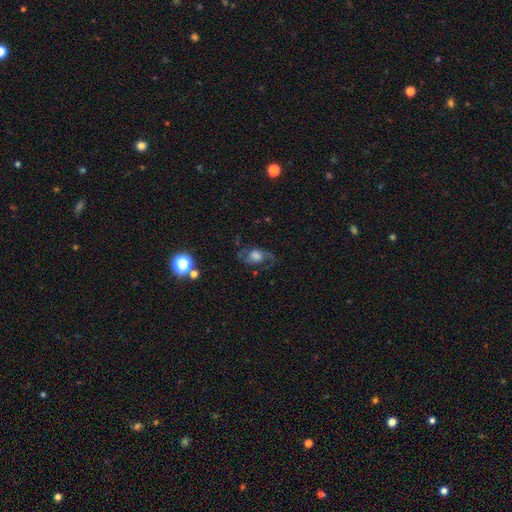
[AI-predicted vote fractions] Smooth or featured?
  - featured or disk: 68% *
  - smooth: 22%
  - star or artifact: 10%
Edge-on disk?
  - no: 96% *
  - yes: 4%
Bar?
  - no: 66% *
  - weak: 28%
  - strong: 6%
Spiral arms?
  - yes: 85% *
  - no: 15%
Spiral winding?
  - medium: 45% *
  - loose: 44%
  - tight: 12%
Spiral arm count?
  - 2: 87% *
  - can't tell: 5%
  - 1: 5%
  - 3: 1%
  - 4: 1%
  - more than 4: 1%
Bulge size?
  - large: 43% *
  - moderate: 30%
  - small: 12%
  - none: 8%
  - dominant: 8%
Merging?
  - none: 63% *
  - minor disturbance: 18%
  - major disturbance: 17%
  - merger: 2%